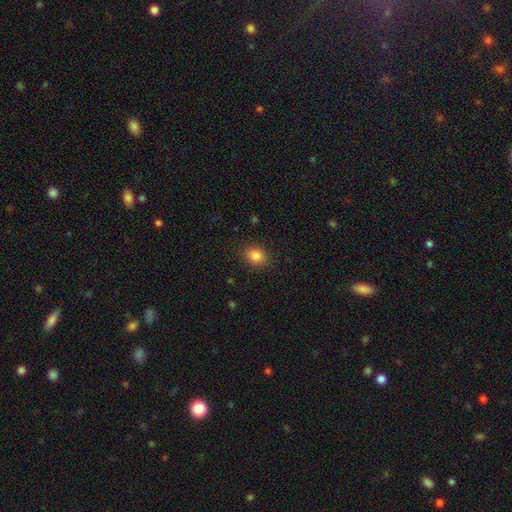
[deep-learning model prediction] This appears to be a smooth galaxy with no disk features (85%) that is round (56%). Merging: none (89%).